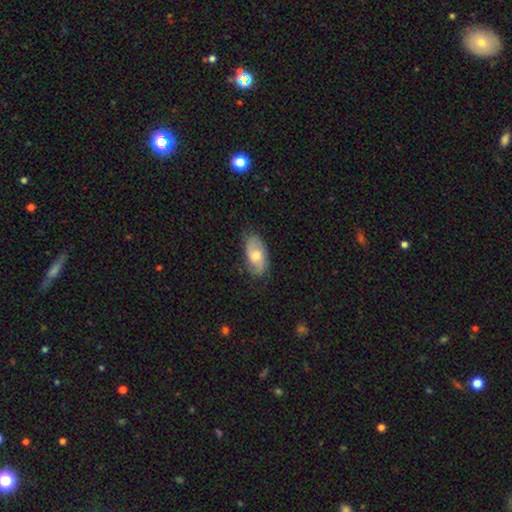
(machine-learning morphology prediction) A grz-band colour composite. It shows a smooth galaxy with no disk features (52%) that is in between round and cigar-shaped (92%). Merging: none (72%).